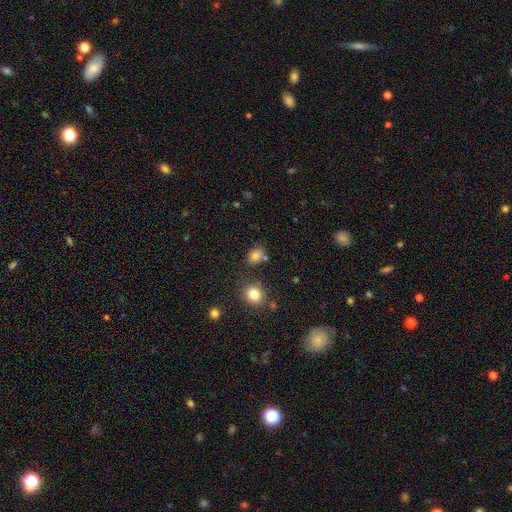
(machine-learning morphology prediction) Smooth or featured? smooth (80%)
How rounded? in between (61%)
Merging? none (74%)